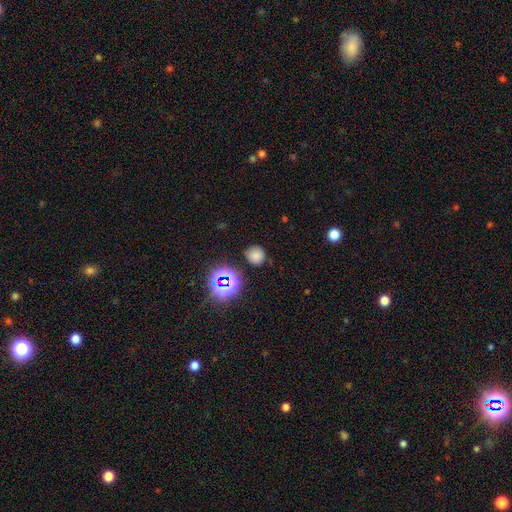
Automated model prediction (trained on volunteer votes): Q: Smooth or featured?
A: smooth (72%); runner-up: star or artifact (23%)
Q: How rounded?
A: round (85%); runner-up: in between (14%)
Q: Merging?
A: none (82%); runner-up: minor disturbance (12%)